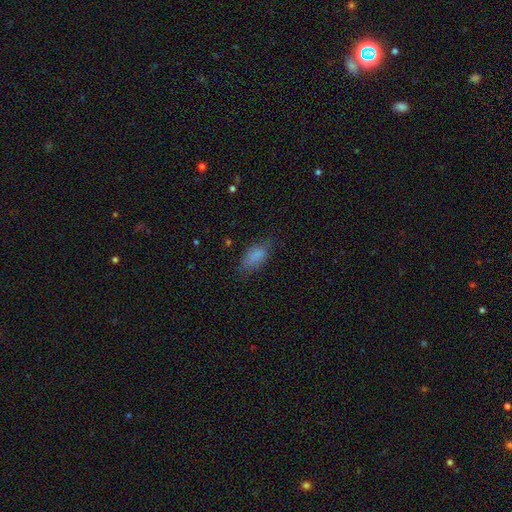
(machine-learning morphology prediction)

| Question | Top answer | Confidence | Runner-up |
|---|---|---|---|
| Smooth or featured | smooth | 81% | star or artifact (10%) |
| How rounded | in between | 89% | cigar-shaped (7%) |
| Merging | none | 65% | minor disturbance (24%) |